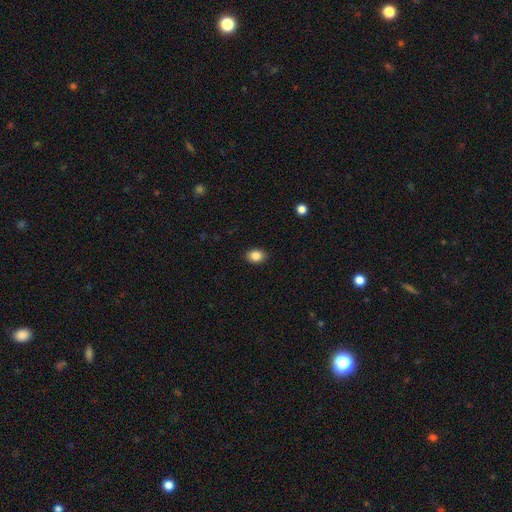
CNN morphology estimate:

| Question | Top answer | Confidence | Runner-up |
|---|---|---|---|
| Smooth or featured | smooth | 86% | star or artifact (9%) |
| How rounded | in between | 69% | round (30%) |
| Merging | none | 90% | minor disturbance (7%) |